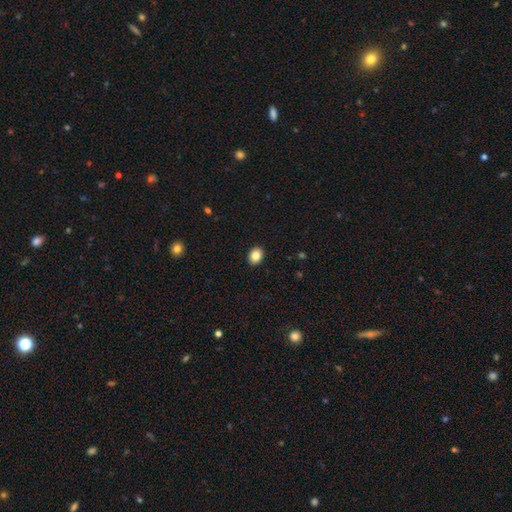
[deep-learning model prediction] smooth-or-featured: smooth: 85% | star or artifact: 9% | featured or disk: 6%
  how-rounded: in between: 59% | round: 40% | cigar-shaped: 1%
  merging: none: 91% | minor disturbance: 6% | major disturbance: 2% | merger: 1%